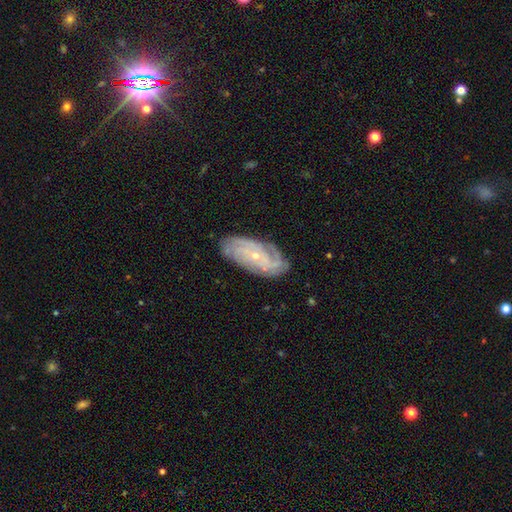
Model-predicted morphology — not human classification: A featured or disk galaxy (81%) with no bar (71%), tight (70%) spiral arms (96%) and a small central bulge (81%).

Vote fractions:
- Smooth or featured? featured or disk: 81% / smooth: 12% / star or artifact: 7%
- Edge-on disk? no: 93% / yes: 7%
- Bar? no: 71% / weak: 22% / strong: 6%
- Spiral arms? yes: 96% / no: 4%
- Spiral winding? tight: 70% / medium: 24% / loose: 6%
- Spiral arm count? can't tell: 32% / 4: 19% / 3: 19% / 2: 17% / more than 4: 8% / 1: 6%
- Bulge size? small: 81% / moderate: 16% / none: 2% / large: 1% / dominant: 1%
- Merging? none: 81% / minor disturbance: 15% / major disturbance: 3% / merger: 1%